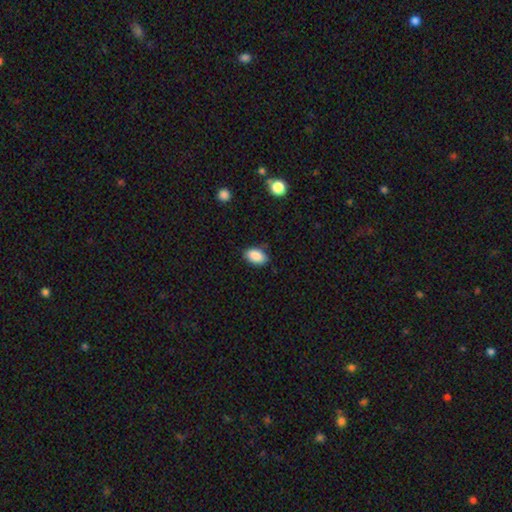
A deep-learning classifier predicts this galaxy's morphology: smooth_or_featured: smooth (p=0.89) [alt: star or artifact p=0.07]
how_rounded: in between (p=0.91) [alt: round p=0.07]
merging: none (p=0.82) [alt: minor disturbance p=0.14]